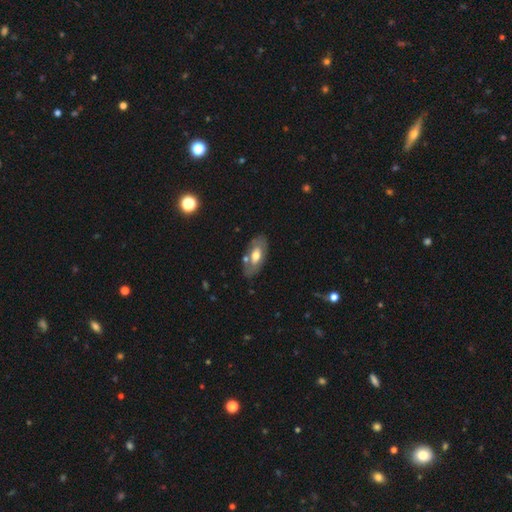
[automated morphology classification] A smooth galaxy with no disk features (49%).

Vote fractions:
- Smooth or featured? smooth: 49% / featured or disk: 45% / star or artifact: 6%
- Merging? none: 72% / minor disturbance: 17% / merger: 7% / major disturbance: 5%